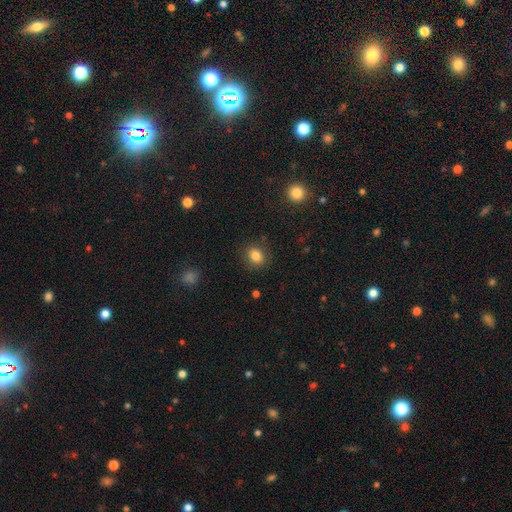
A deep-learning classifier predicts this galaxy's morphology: This is clearly a smooth galaxy (83%). How rounded: likely round (61%). Merging: clearly none (86%).